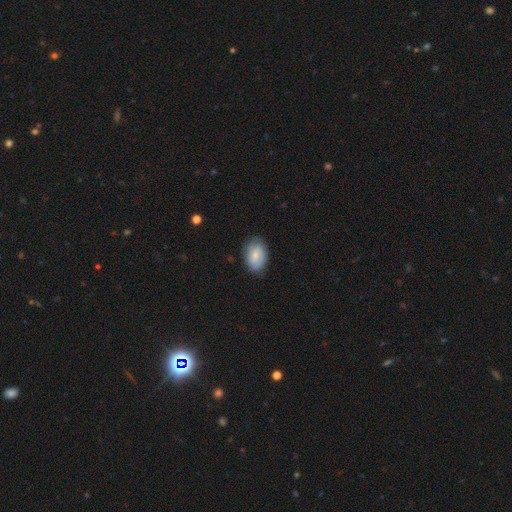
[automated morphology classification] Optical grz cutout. It shows a smooth galaxy with no disk features (60%) that is in between round and cigar-shaped (87%). Merging: none (77%).